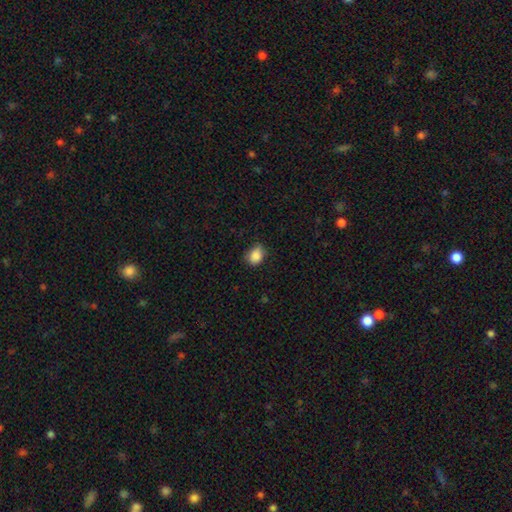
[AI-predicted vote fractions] smooth-or-featured: smooth: 87% | star or artifact: 9% | featured or disk: 4%
  how-rounded: in between: 50% | round: 49% | cigar-shaped: 1%
  merging: none: 67% | minor disturbance: 27% | major disturbance: 5% | merger: 1%